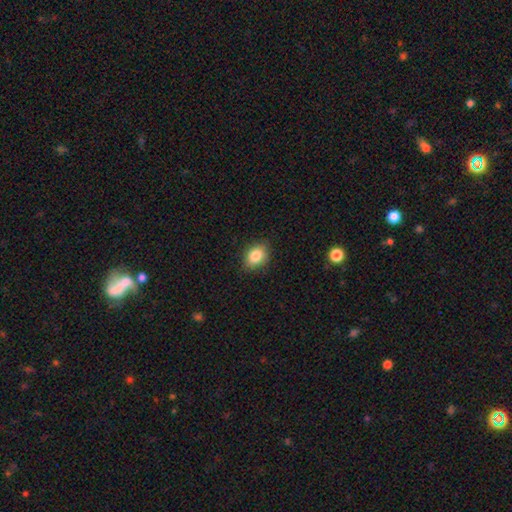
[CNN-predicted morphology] Smooth or featured? smooth (84%)
How rounded? in between (70%)
Merging? none (85%)